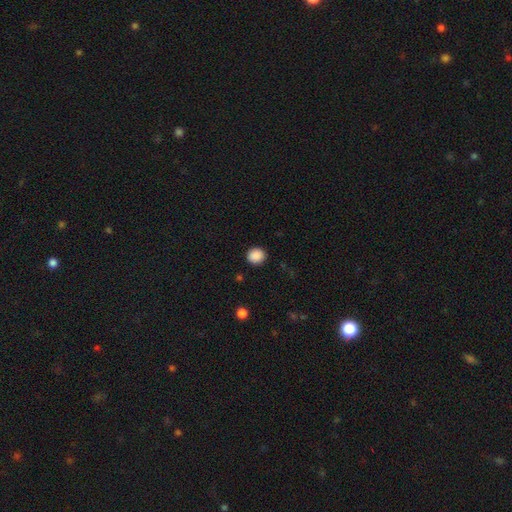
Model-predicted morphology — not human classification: Smooth or featured: smooth — 89% (star or artifact — 9%)
How rounded: round — 85% (in between — 14%)
Merging: none — 91% (minor disturbance — 6%)